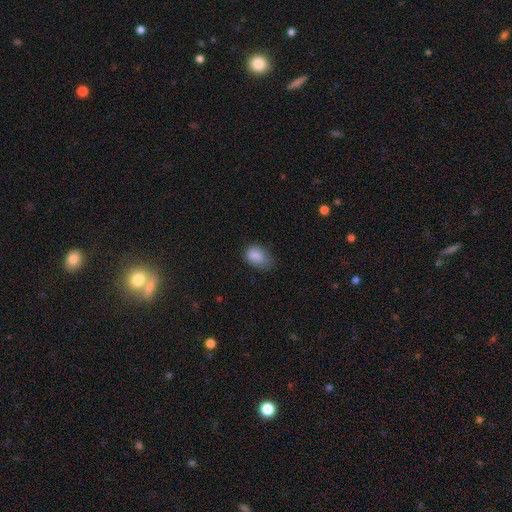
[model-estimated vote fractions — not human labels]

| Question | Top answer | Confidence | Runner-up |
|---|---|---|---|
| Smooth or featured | smooth | 85% | star or artifact (9%) |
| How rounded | in between | 83% | round (16%) |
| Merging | none | 50% | minor disturbance (36%) |